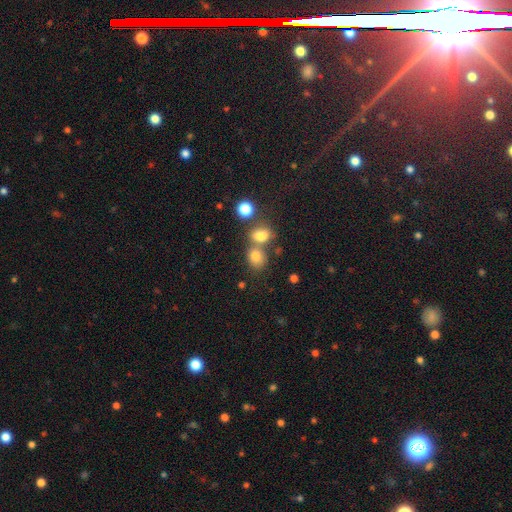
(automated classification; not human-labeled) Smooth or featured? smooth (74%)
How rounded? round (51%)
Merging? none (48%)